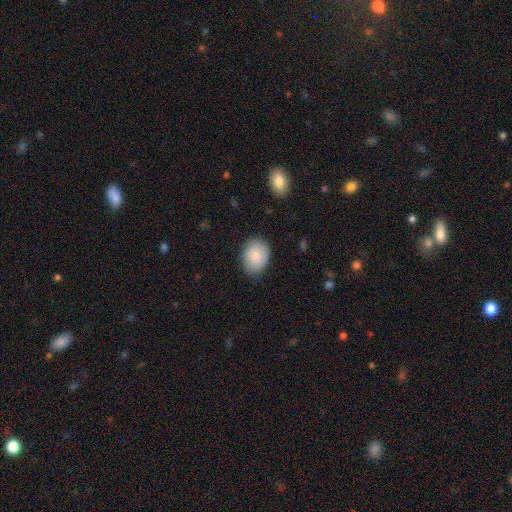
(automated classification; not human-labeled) The model was most divided on "how rounded": in between: 72%, round: 27%, cigar-shaped: 1%. More confident: smooth or featured — smooth (87%); merging — none (81%).